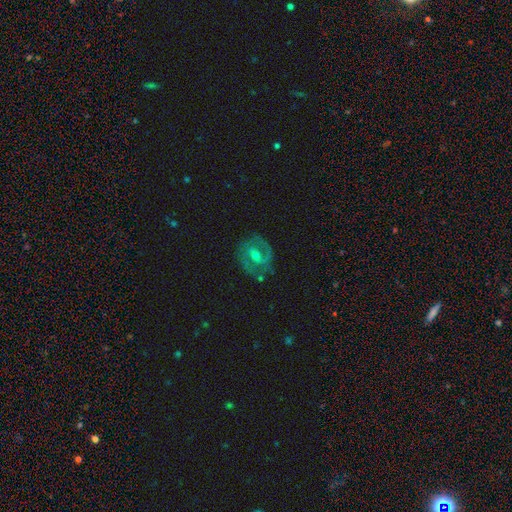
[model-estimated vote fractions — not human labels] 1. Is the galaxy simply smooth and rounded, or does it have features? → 82% featured or disk, 11% smooth, 7% star or artifact.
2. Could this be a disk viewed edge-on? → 97% no, 3% yes.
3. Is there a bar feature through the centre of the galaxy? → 51% weak, 29% no, 20% strong.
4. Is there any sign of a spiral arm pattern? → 91% yes, 9% no.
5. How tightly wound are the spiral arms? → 49% medium, 39% tight, 11% loose.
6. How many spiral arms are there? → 84% 2, 8% can't tell, 3% 1, 3% 3, 1% 4, 1% more than 4.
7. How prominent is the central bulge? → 53% moderate, 41% small, 2% large, 2% none, 1% dominant.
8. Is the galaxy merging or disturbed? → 75% none, 16% minor disturbance, 6% major disturbance, 2% merger.